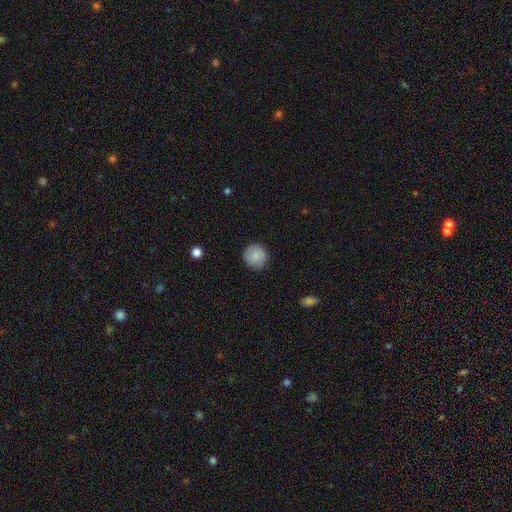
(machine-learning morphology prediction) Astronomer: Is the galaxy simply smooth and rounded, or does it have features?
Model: smooth — 83%.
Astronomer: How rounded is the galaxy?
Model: round — 93%.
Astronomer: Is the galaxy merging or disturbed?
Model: none — 89%.